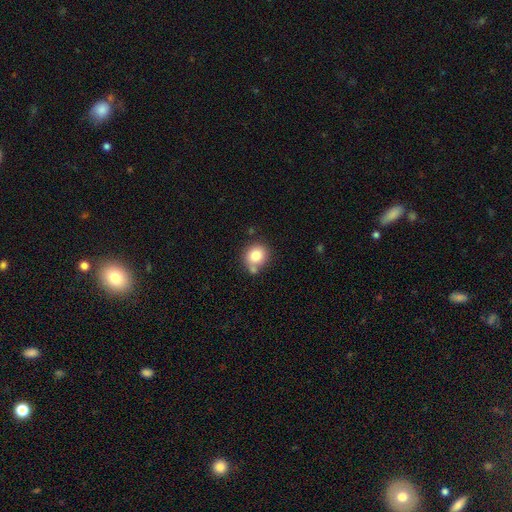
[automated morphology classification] A smooth galaxy with no disk features (81%) that is round (83%).

Vote fractions:
- Smooth or featured? smooth: 81% / star or artifact: 10% / featured or disk: 9%
- How rounded? round: 83% / in between: 16% / cigar-shaped: 1%
- Merging? none: 65% / merger: 17% / minor disturbance: 14% / major disturbance: 4%